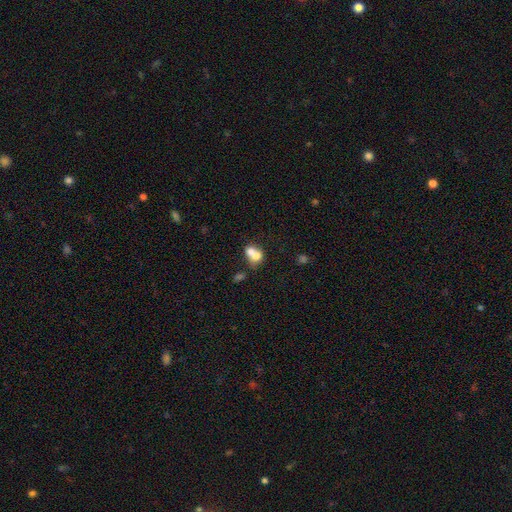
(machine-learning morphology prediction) Smooth or featured? Predicted: smooth (p=0.68). How rounded? Predicted: round (p=0.53). Merging? Predicted: merger (p=0.69).